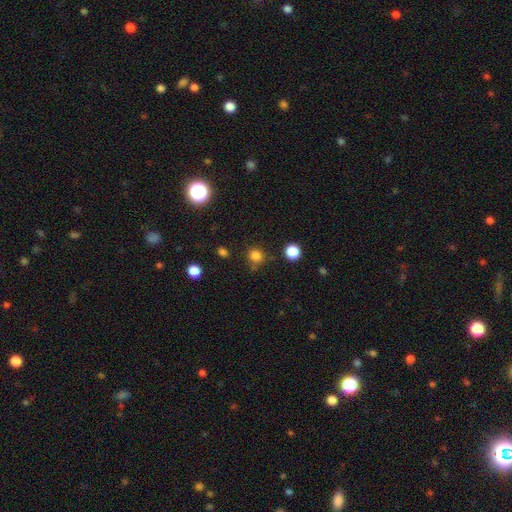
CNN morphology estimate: This is clearly a smooth galaxy (81%). How rounded: clearly round (87%). Merging: likely none (76%).